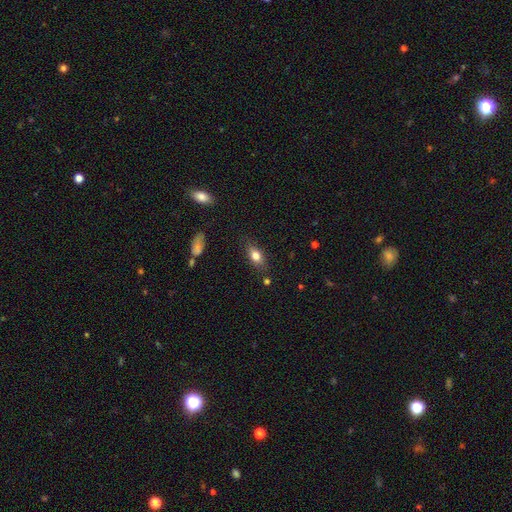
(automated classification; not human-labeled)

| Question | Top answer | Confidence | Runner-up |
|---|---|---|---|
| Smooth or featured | smooth | 76% | featured or disk (15%) |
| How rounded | in between | 78% | cigar-shaped (11%) |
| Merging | none | 79% | minor disturbance (15%) |